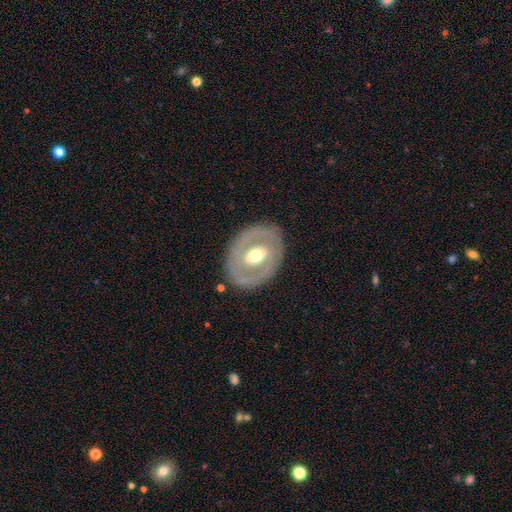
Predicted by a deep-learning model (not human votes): A featured or disk galaxy (67%) with no bar (48%), no spiral arms (69%) and a moderate central bulge (71%).

Vote fractions:
- Smooth or featured? featured or disk: 67% / smooth: 28% / star or artifact: 5%
- Edge-on disk? no: 94% / yes: 6%
- Bar? no: 48% / weak: 33% / strong: 19%
- Spiral arms? no: 69% / yes: 31%
- Bulge size? moderate: 71% / large: 16% / small: 11% / dominant: 1% / none: 1%
- Merging? none: 82% / minor disturbance: 11% / major disturbance: 5% / merger: 1%